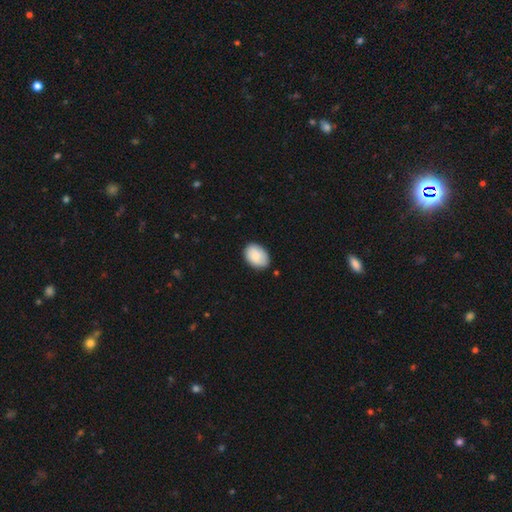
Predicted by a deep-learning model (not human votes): A smooth galaxy with no disk features (86%) that is in between round and cigar-shaped (86%). Merging: none (82%).